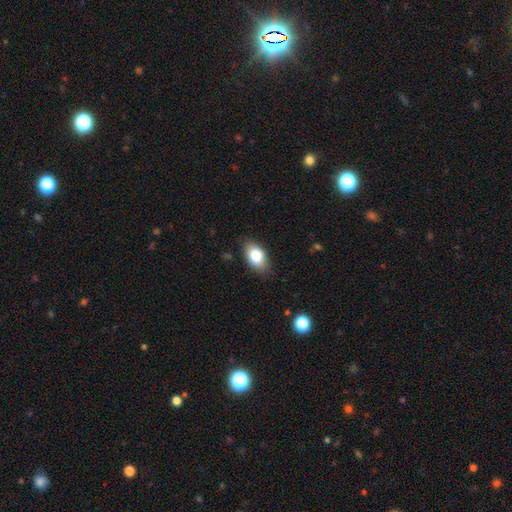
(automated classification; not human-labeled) The model was most divided on "merging": none: 82%, minor disturbance: 14%, major disturbance: 3%, merger: 1%. More confident: how rounded — in between (92%); smooth or featured — smooth (83%).